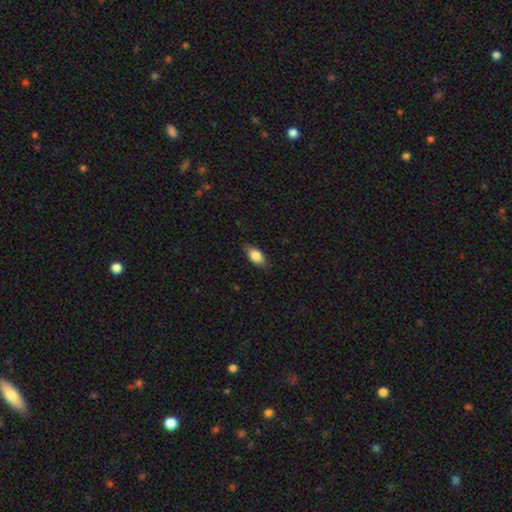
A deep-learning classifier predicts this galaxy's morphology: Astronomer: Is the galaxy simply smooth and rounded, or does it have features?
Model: smooth — 82%.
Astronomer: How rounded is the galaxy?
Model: in between — 87%.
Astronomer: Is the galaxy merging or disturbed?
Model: none — 79%.